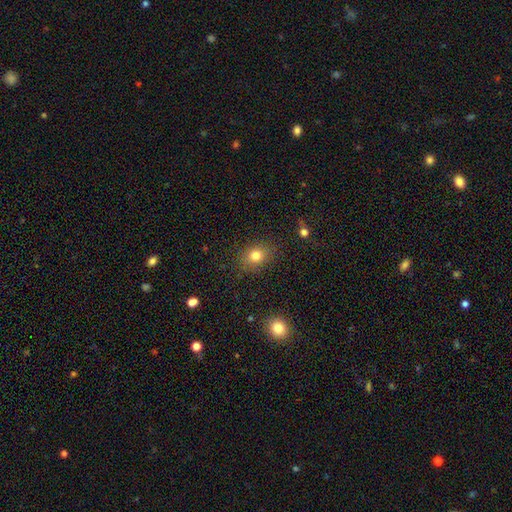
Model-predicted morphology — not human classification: smooth_or_featured: smooth (p=0.78) [alt: star or artifact p=0.13]
how_rounded: round (p=0.51) [alt: in between p=0.48]
merging: none (p=0.84) [alt: minor disturbance p=0.11]